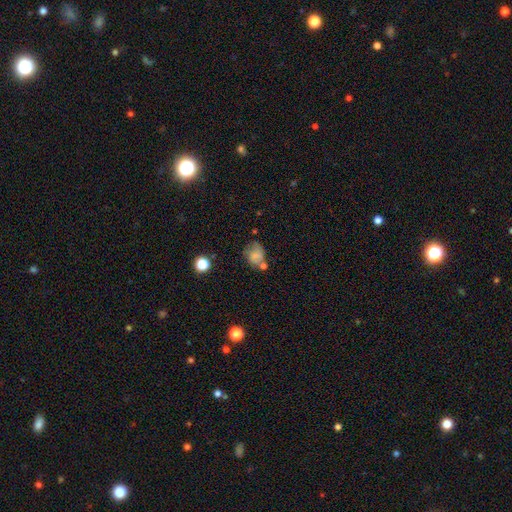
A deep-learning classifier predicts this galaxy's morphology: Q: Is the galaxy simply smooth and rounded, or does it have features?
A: smooth — 71%.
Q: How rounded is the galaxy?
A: round — 55%.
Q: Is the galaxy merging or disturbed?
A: none — 47%.